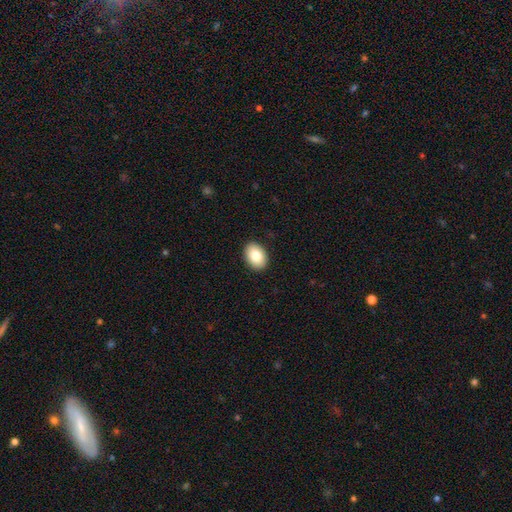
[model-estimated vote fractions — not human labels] Smooth or featured? smooth (83%)
How rounded? in between (81%)
Merging? none (91%)